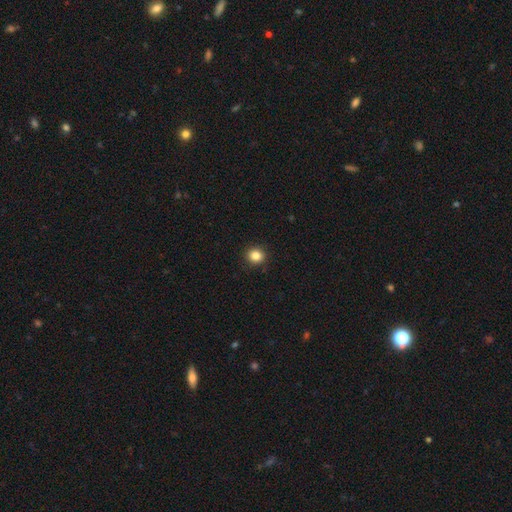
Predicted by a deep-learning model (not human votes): Overall: smooth (84%). How rounded: round (86%). Merging: none (92%).